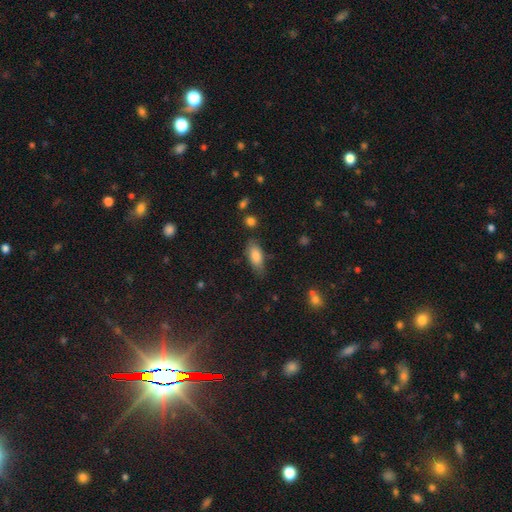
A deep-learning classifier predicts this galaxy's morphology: A smooth galaxy with no disk features (81%) that is in between round and cigar-shaped (82%).

Vote fractions:
- Smooth or featured? smooth: 81% / featured or disk: 12% / star or artifact: 7%
- How rounded? in between: 82% / cigar-shaped: 16% / round: 3%
- Merging? none: 69% / minor disturbance: 22% / major disturbance: 5% / merger: 3%